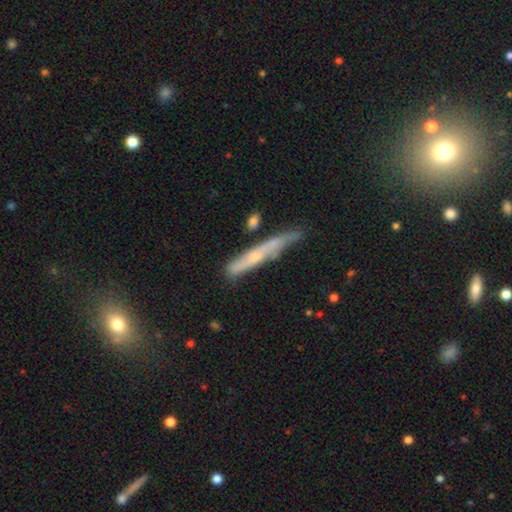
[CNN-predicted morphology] A featured or disk galaxy (52%) viewed edge-on (85%).

Vote fractions:
- Smooth or featured? featured or disk: 52% / smooth: 40% / star or artifact: 8%
- Edge-on disk? yes: 85% / no: 15%
- Merging? none: 63% / minor disturbance: 24% / merger: 7% / major disturbance: 6%